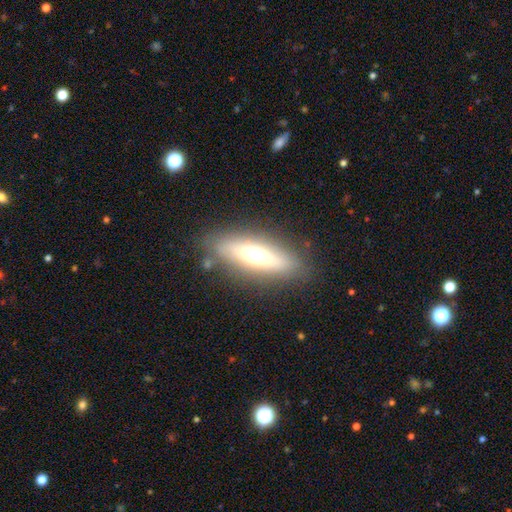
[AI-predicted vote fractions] A smooth galaxy with no disk features (49%).

Vote fractions:
- Smooth or featured? smooth: 49% / featured or disk: 43% / star or artifact: 8%
- Merging? none: 83% / minor disturbance: 11% / major disturbance: 4% / merger: 2%